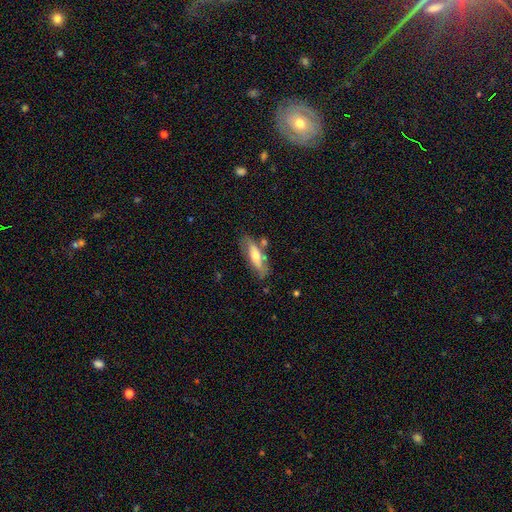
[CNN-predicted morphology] A featured or disk galaxy (47%, tied with smooth).

Vote fractions:
- Smooth or featured? featured or disk: 47% (tied) / smooth: 47% (tied) / star or artifact: 6%
- Merging? none: 69% / minor disturbance: 18% / merger: 8% / major disturbance: 5%